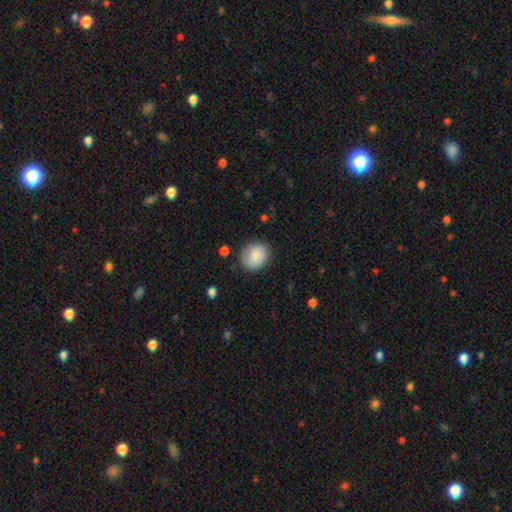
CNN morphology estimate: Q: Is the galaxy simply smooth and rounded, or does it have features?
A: smooth — 85%.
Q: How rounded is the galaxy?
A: round — 69%.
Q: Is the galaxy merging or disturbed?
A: none — 79%.